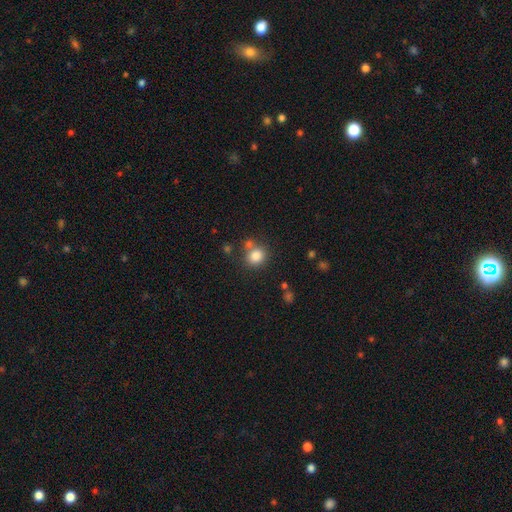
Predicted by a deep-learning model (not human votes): Overall: smooth (83%). How rounded: round (77%). Merging: none (65%).